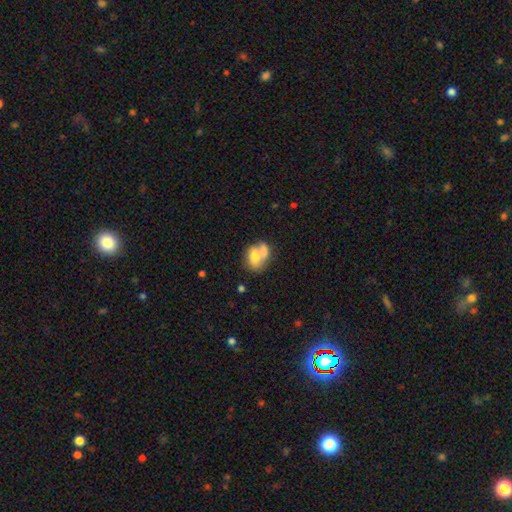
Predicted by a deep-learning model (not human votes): Smooth or featured?
  - smooth: 66% *
  - featured or disk: 26%
  - star or artifact: 8%
How rounded?
  - in between: 68% *
  - round: 30%
  - cigar-shaped: 2%
Merging?
  - merger: 55% *
  - none: 26%
  - minor disturbance: 11%
  - major disturbance: 8%